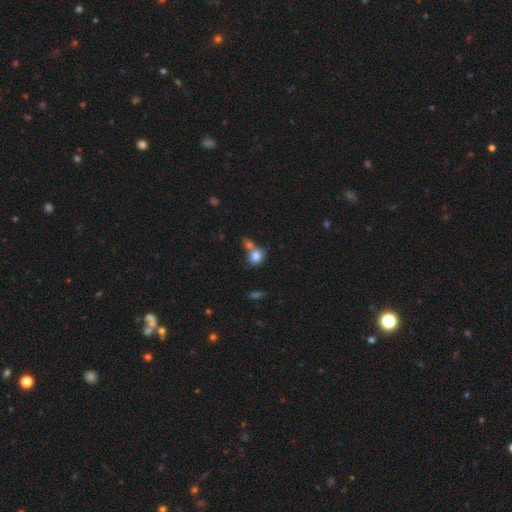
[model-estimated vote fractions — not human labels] smooth_or_featured: smooth (p=0.81) [alt: star or artifact p=0.10]
how_rounded: round (p=0.60) [alt: in between p=0.39]
merging: merger (p=0.44) [alt: none p=0.39]